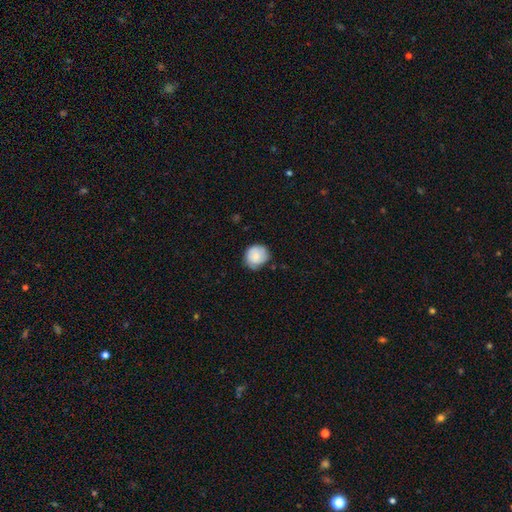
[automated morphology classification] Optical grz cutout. It shows a smooth galaxy with no disk features (79%) that is round (84%). Merging: none (67%).